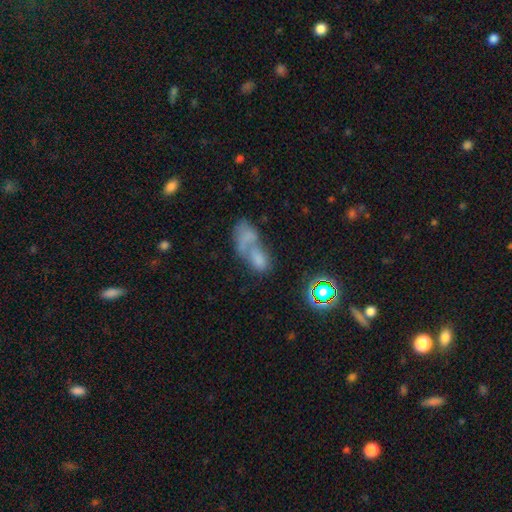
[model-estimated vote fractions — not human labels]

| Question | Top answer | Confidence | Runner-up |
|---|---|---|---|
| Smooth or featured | smooth | 58% | featured or disk (22%) |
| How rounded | in between | 80% | round (14%) |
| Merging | merger | 66% | none (16%) |